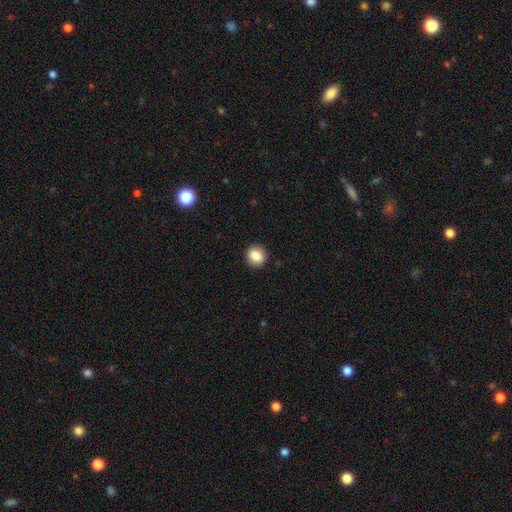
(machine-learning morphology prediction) Overall: smooth (85%). How rounded: round (87%). Merging: none (92%).